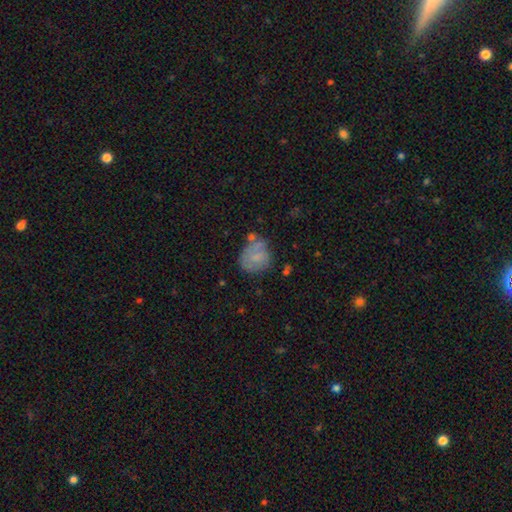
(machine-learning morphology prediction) Smooth or featured? smooth (61%)
How rounded? round (65%)
Merging? none (49%)